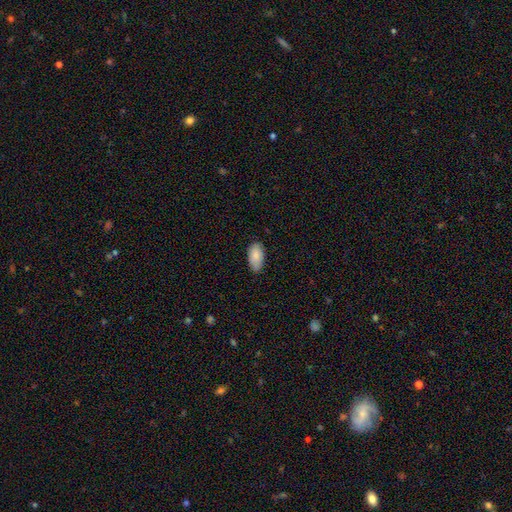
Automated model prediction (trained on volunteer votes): A smooth galaxy with no disk features (87%) that is in between round and cigar-shaped (95%). Merging: none (80%).